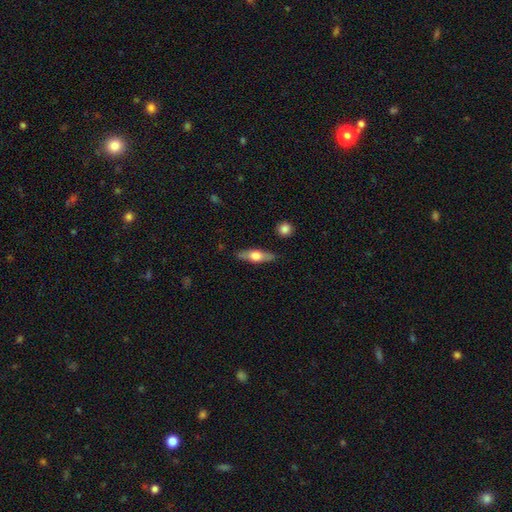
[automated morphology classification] Q: Smooth or featured?
A: smooth (49%); runner-up: featured or disk (45%)
Q: Merging?
A: none (85%); runner-up: minor disturbance (10%)